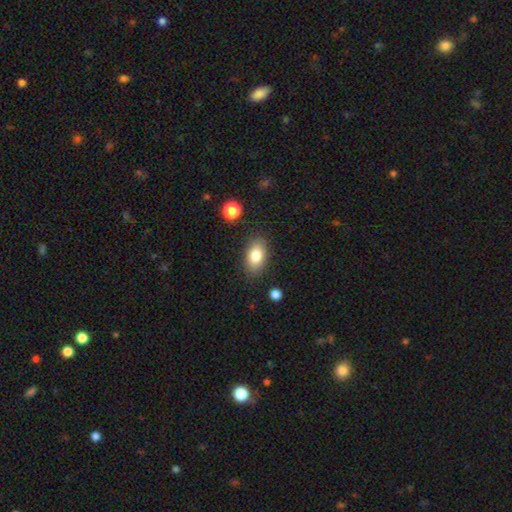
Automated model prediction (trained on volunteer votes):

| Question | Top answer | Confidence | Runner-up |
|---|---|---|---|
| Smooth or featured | smooth | 82% | featured or disk (10%) |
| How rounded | in between | 89% | round (8%) |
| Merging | none | 84% | minor disturbance (11%) |